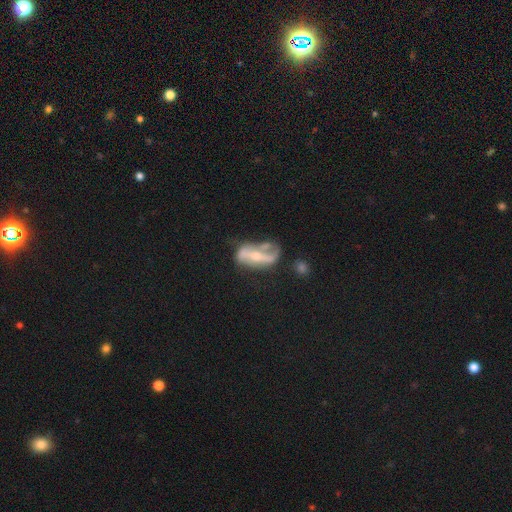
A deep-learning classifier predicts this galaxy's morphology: featured or disk 69%, smooth 23%, star or artifact 8%. Down the decision tree: edge-on disk — no (83%); bar — strong (41%); spiral arms — yes (59%); bulge size — small (49%); merging — none (36%).